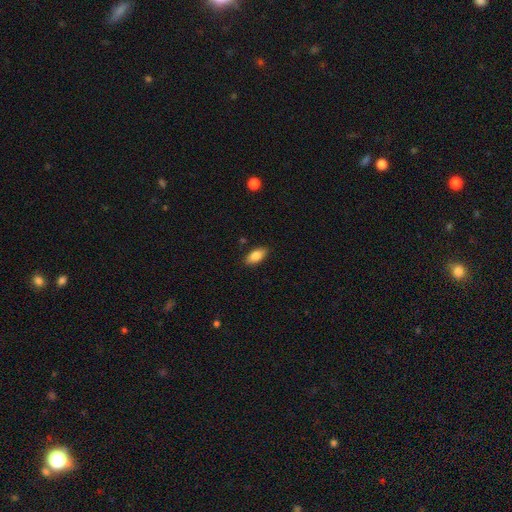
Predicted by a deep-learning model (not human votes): A smooth galaxy with no disk features (85%) that is in between round and cigar-shaped (90%).

Vote fractions:
- Smooth or featured? smooth: 85% / featured or disk: 8% / star or artifact: 7%
- How rounded? in between: 90% / cigar-shaped: 6% / round: 3%
- Merging? none: 86% / minor disturbance: 10% / major disturbance: 2% / merger: 1%